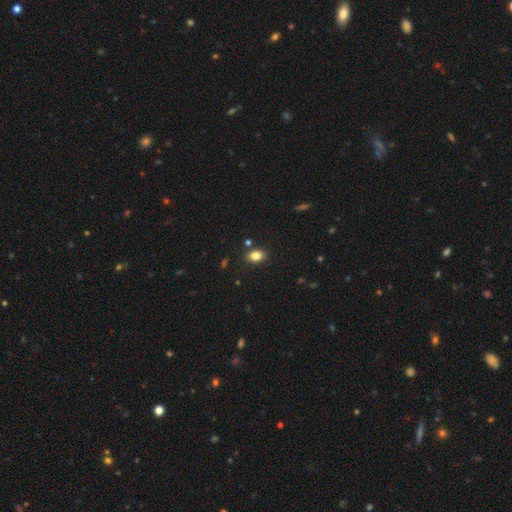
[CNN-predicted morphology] smooth 83%, star or artifact 10%, featured or disk 7%. Down the decision tree: how rounded — in between (77%); merging — none (84%).